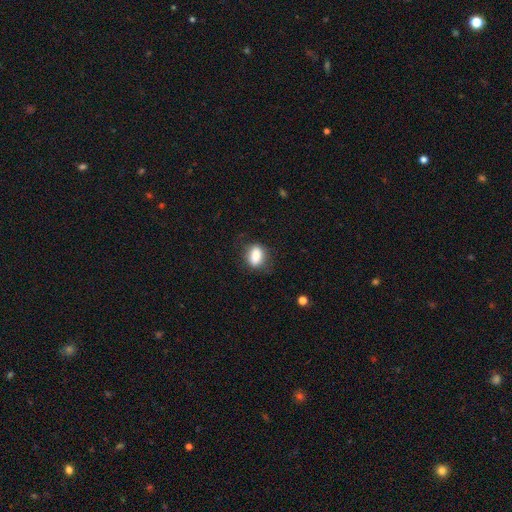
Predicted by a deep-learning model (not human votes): Overall: smooth (86%). How rounded: in between (79%). Merging: none (76%).